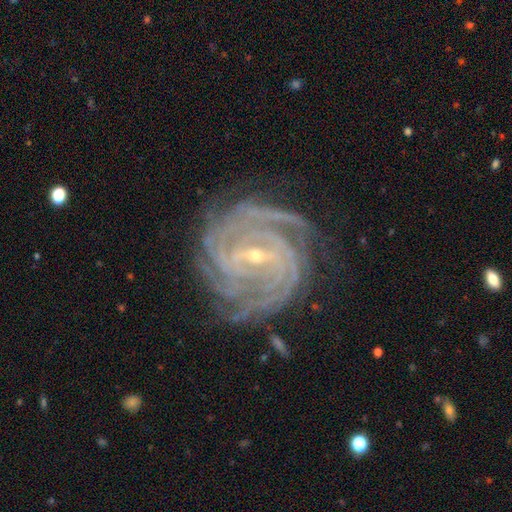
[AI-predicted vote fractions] The model was most divided on "bar": strong: 48%, weak: 40%, no: 12%. Remaining: spiral arms — yes (98%); edge-on disk — no (97%); smooth or featured — featured or disk (92%); spiral winding — tight (79%); merging — none (77%); bulge size — small (75%); spiral arm count — 4 (34%).